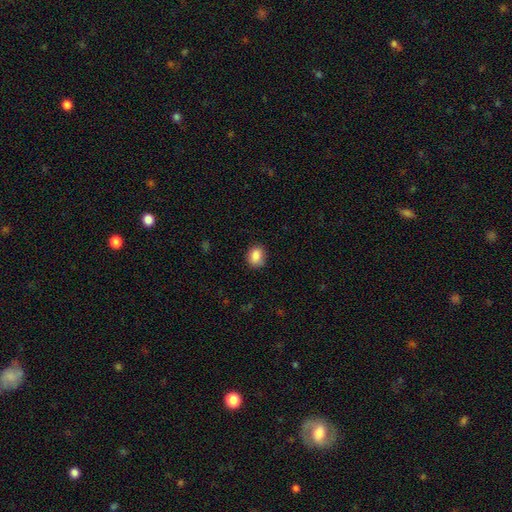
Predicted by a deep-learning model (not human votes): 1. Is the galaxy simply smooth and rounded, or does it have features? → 87% smooth, 9% star or artifact, 4% featured or disk.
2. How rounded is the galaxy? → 54% in between, 45% round, 1% cigar-shaped.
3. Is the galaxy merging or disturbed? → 81% none, 15% minor disturbance, 3% major disturbance, 1% merger.